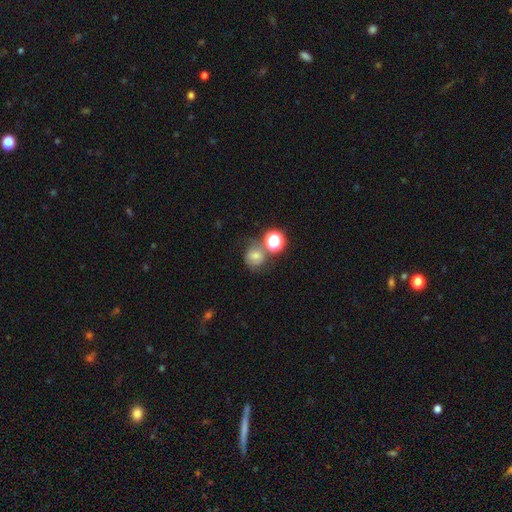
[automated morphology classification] Q: Smooth or featured?
A: smooth (61%); runner-up: star or artifact (20%)
Q: How rounded?
A: round (78%); runner-up: in between (21%)
Q: Merging?
A: none (54%); runner-up: merger (21%)